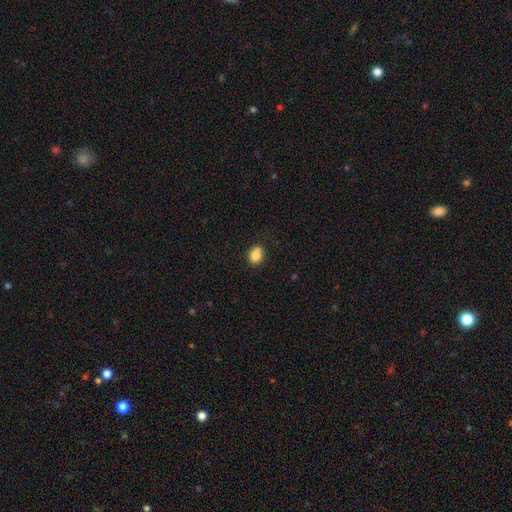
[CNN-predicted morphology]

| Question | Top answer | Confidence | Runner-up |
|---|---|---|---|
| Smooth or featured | smooth | 83% | star or artifact (10%) |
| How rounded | in between | 51% | round (48%) |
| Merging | none | 72% | minor disturbance (18%) |